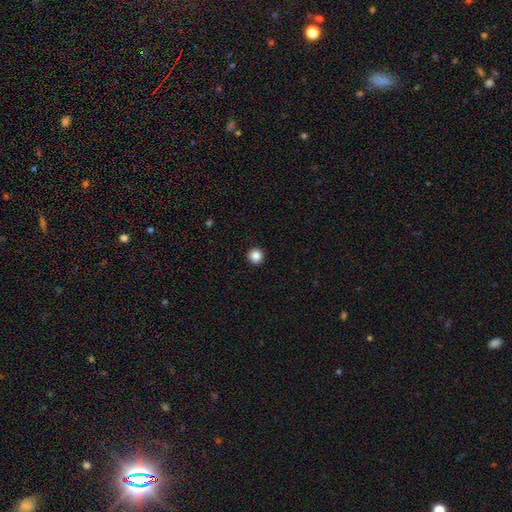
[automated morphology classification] Overall: smooth (86%). How rounded: round (96%). Merging: none (94%).